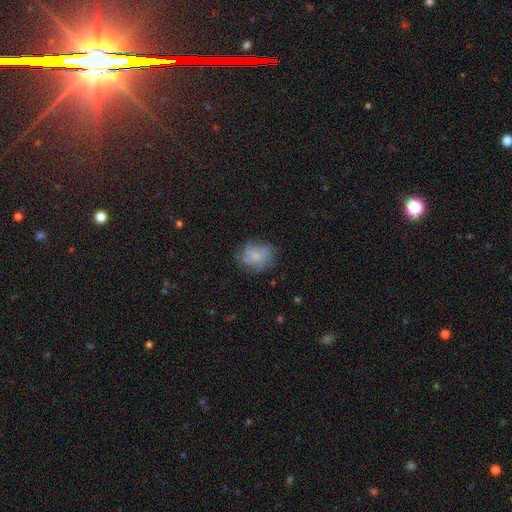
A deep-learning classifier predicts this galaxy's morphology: smooth_or_featured: smooth (p=0.58) [alt: featured or disk p=0.31]
how_rounded: round (p=0.60) [alt: in between p=0.39]
merging: none (p=0.58) [alt: minor disturbance p=0.25]